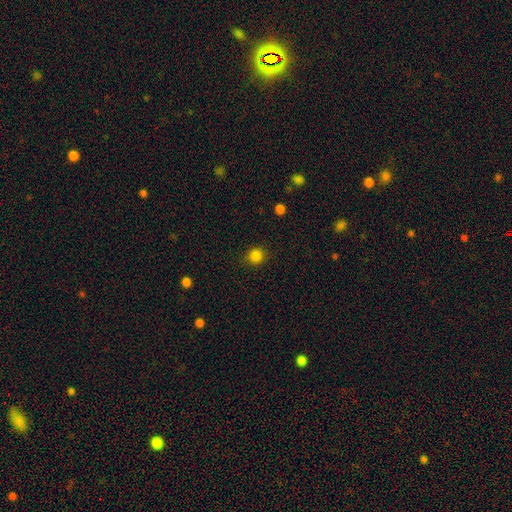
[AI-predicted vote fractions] smooth 85%, star or artifact 12%, featured or disk 3%. Down the decision tree: how rounded — round (91%); merging — none (89%).